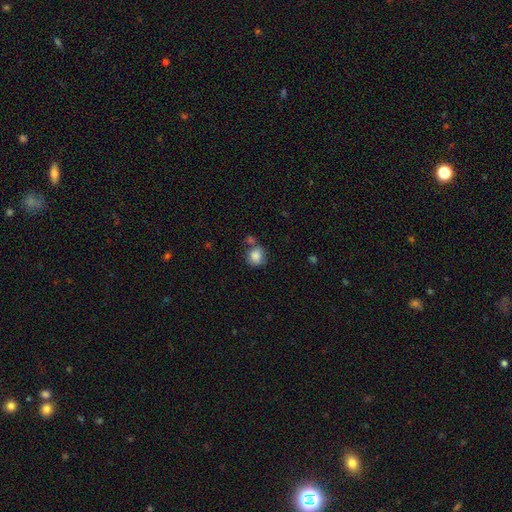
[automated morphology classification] A smooth galaxy with no disk features (85%) that is round (78%). Merging: none (57%).